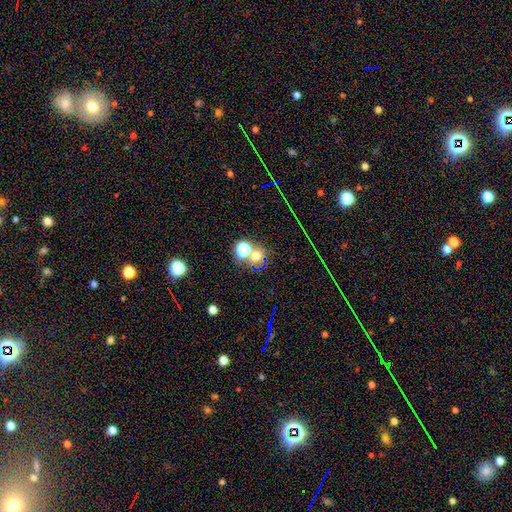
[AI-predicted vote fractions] A smooth galaxy with no disk features (47%). Merging: none (60%).